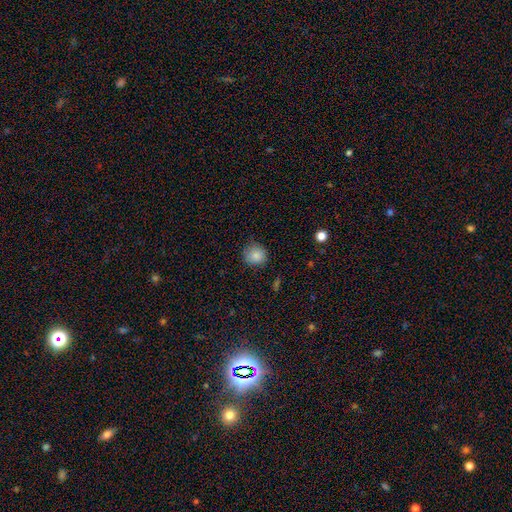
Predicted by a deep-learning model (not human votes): A smooth galaxy with no disk features (86%) that is round (88%).

Vote fractions:
- Smooth or featured? smooth: 86% / star or artifact: 9% / featured or disk: 5%
- How rounded? round: 88% / in between: 11% / cigar-shaped: 1%
- Merging? none: 79% / minor disturbance: 17% / major disturbance: 3% / merger: 1%